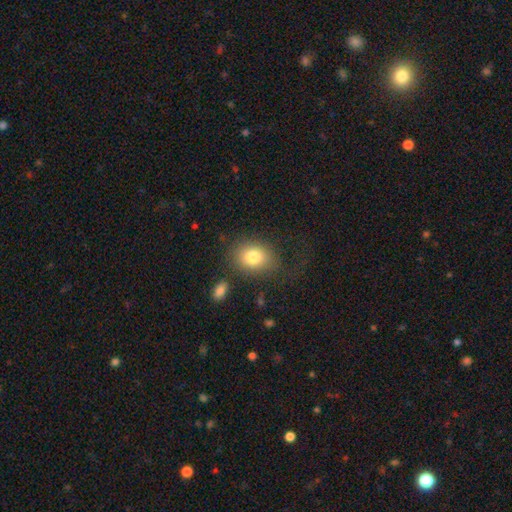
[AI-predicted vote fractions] A smooth galaxy with no disk features (81%) that is in between round and cigar-shaped (58%).

Vote fractions:
- Smooth or featured? smooth: 81% / featured or disk: 10% / star or artifact: 9%
- How rounded? in between: 58% / round: 41% / cigar-shaped: 1%
- Merging? none: 71% / minor disturbance: 16% / major disturbance: 10% / merger: 4%